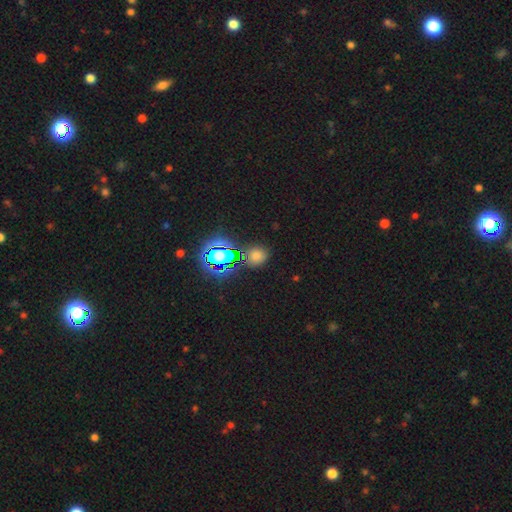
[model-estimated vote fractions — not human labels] Smooth or featured?
  - smooth: 59% *
  - star or artifact: 35%
  - featured or disk: 7%
How rounded?
  - round: 70% *
  - in between: 28%
  - cigar-shaped: 2%
Merging?
  - none: 81% *
  - minor disturbance: 11%
  - merger: 5%
  - major disturbance: 4%